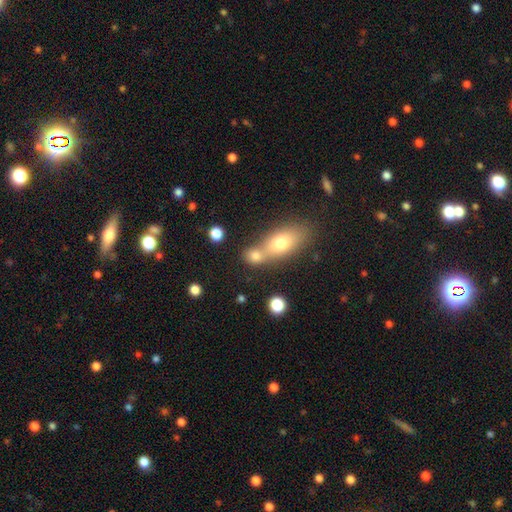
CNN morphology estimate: Q: Smooth or featured?
A: smooth (76%); runner-up: featured or disk (13%)
Q: How rounded?
A: round (48%); runner-up: in between (46%)
Q: Merging?
A: merger (54%); runner-up: none (35%)